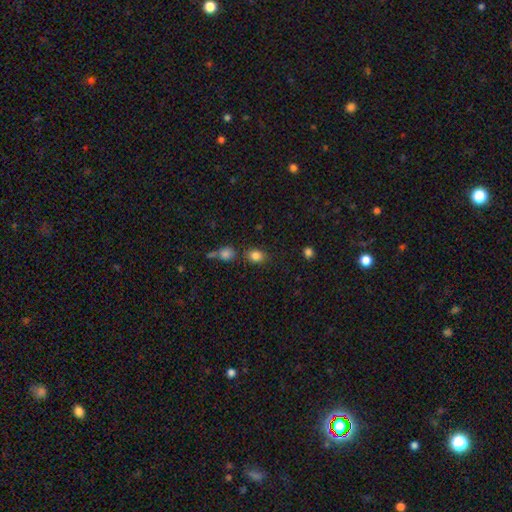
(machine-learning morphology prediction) smooth_or_featured: smooth (p=0.83) [alt: star or artifact p=0.11]
how_rounded: in between (p=0.64) [alt: round p=0.34]
merging: none (p=0.75) [alt: minor disturbance p=0.12]